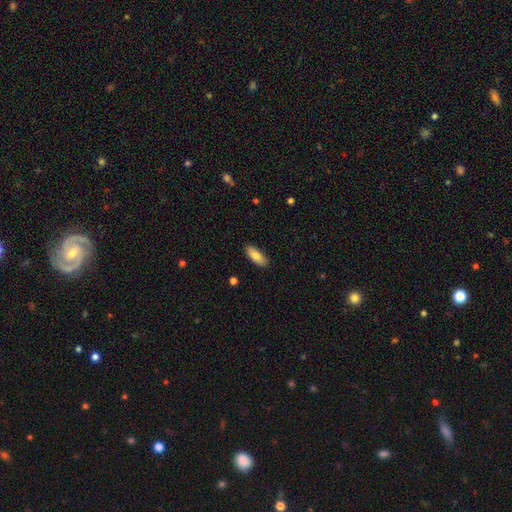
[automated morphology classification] smooth-or-featured: smooth: 82% | featured or disk: 11% | star or artifact: 6%
  how-rounded: in between: 77% | cigar-shaped: 21% | round: 2%
  merging: none: 89% | minor disturbance: 8% | major disturbance: 2% | merger: 1%